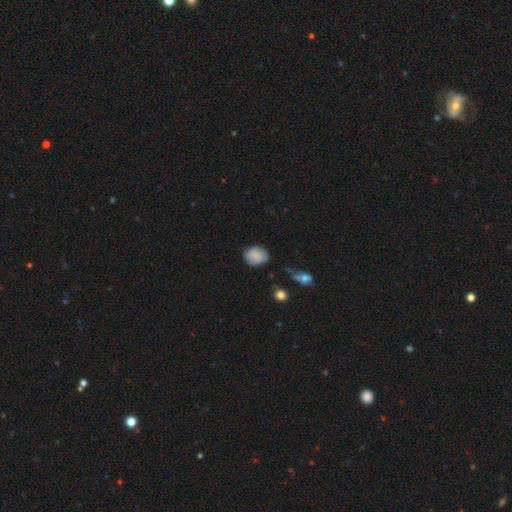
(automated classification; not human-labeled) This is likely a smooth galaxy (77%). How rounded: likely round (66%). Merging: likely none (70%).